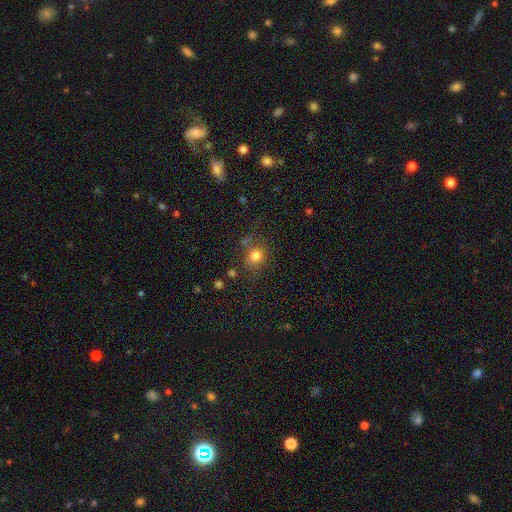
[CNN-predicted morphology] This is likely a smooth galaxy (80%). How rounded: likely round (77%). Merging: likely none (72%).